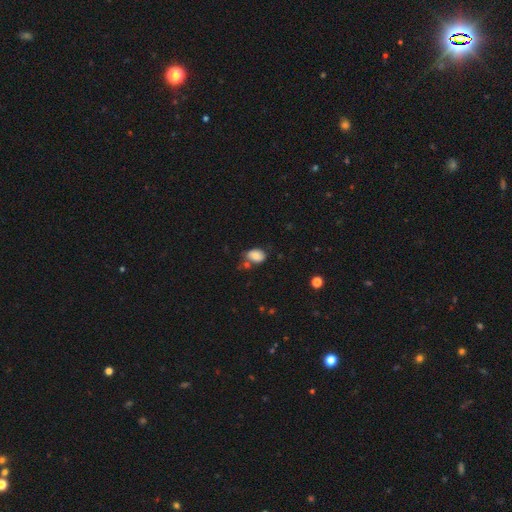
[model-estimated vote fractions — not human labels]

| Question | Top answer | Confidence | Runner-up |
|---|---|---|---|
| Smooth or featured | smooth | 80% | featured or disk (11%) |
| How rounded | in between | 81% | round (17%) |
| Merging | none | 55% | minor disturbance (24%) |